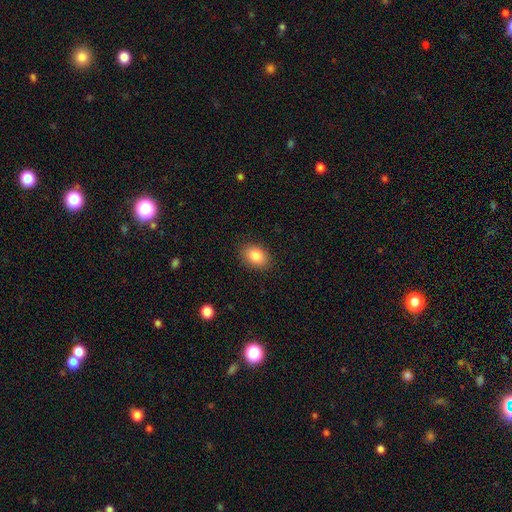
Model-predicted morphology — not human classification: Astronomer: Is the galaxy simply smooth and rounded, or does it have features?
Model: smooth — 86%.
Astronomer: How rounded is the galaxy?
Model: in between — 79%.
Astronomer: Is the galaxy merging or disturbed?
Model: none — 88%.